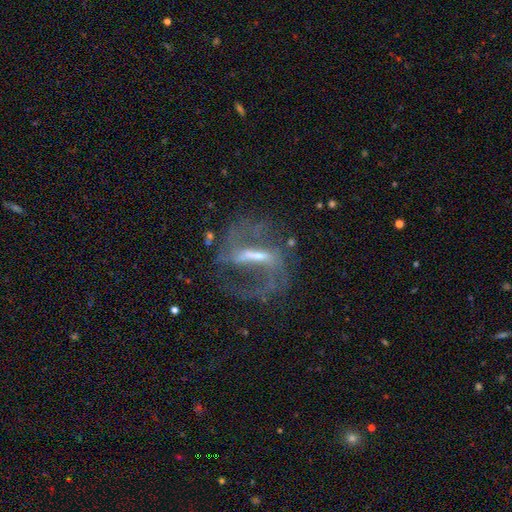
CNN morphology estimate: Overall: featured or disk (83%). Edge-on disk: no (88%). Bar: strong (67%). Spiral arms: yes (89%). Spiral arm count: 2 (81%). Spiral winding: medium (50%; loose 32%). Bulge size: small (40%; moderate 31%). Merging: none (66%).